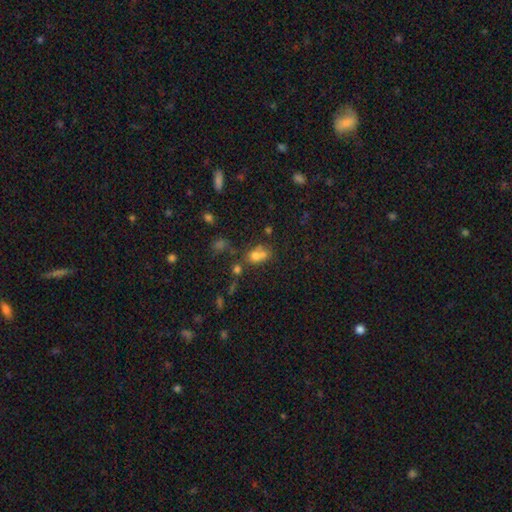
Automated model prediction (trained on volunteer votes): smooth_or_featured: smooth (p=0.66) [alt: featured or disk p=0.17]
how_rounded: round (p=0.52) [alt: in between p=0.47]
merging: merger (p=0.50) [alt: none p=0.33]